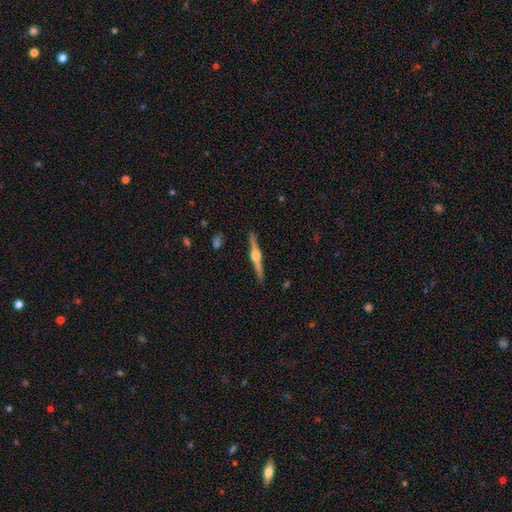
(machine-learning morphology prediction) Overall: featured or disk (84%). Edge-on disk: yes (99%). Edge-on bulge: rounded (95%). Merging: none (92%).